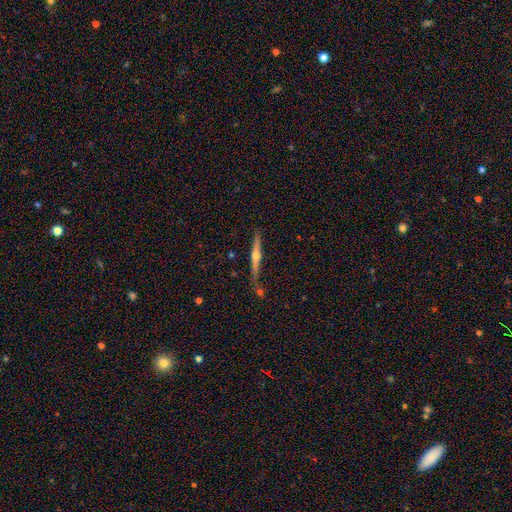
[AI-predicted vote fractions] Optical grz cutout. It shows a featured or disk galaxy (72%) viewed edge-on (97%) with a rounded central bulge (90%). Merging: none (74%).